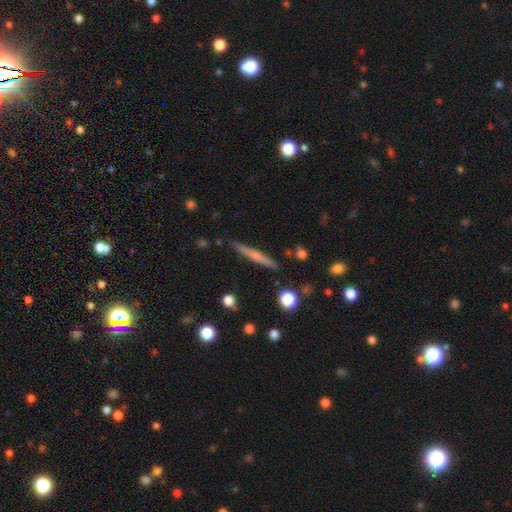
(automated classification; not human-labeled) Smooth or featured: smooth — 48% (featured or disk — 44%)
Merging: none — 88% (minor disturbance — 8%)